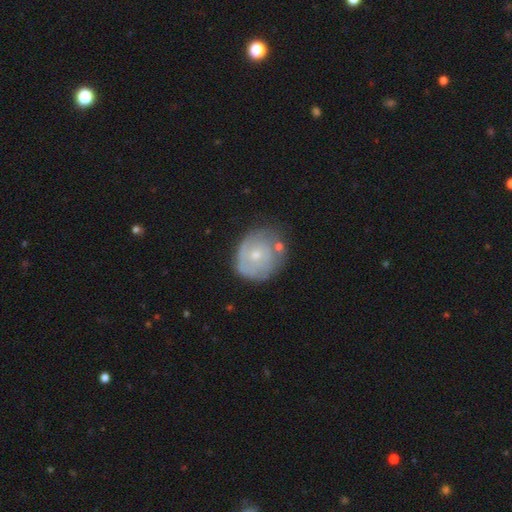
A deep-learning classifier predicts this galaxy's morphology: A featured or disk galaxy (55%) with no bar (82%), spiral arms (57%) and a small central bulge (62%).

Vote fractions:
- Smooth or featured? featured or disk: 55% / smooth: 38% / star or artifact: 7%
- Edge-on disk? no: 97% / yes: 3%
- Bar? no: 82% / weak: 15% / strong: 2%
- Spiral arms? yes: 57% / no: 43%
- Bulge size? small: 62% / moderate: 34% / none: 2% / large: 1% / dominant: 1%
- Merging? none: 56% / minor disturbance: 27% / major disturbance: 9% / merger: 8%